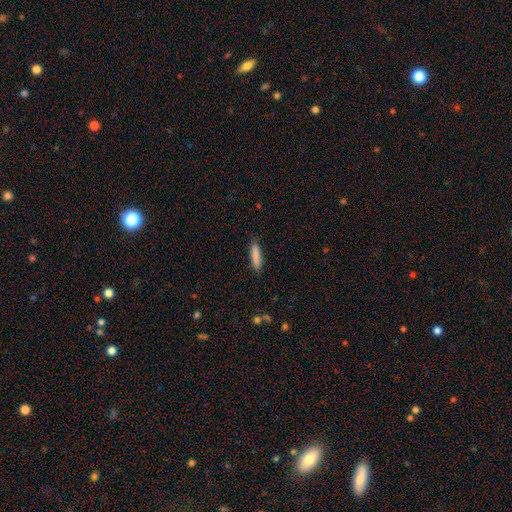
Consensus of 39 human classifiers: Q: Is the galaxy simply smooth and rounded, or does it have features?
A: smooth — 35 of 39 (90%).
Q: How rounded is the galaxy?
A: cigar-shaped — 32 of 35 (91%).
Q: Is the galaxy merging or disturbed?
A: none — 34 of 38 (89%).